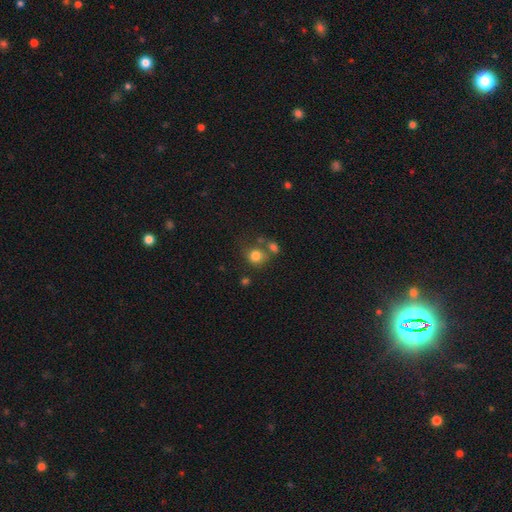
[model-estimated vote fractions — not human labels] This appears to be a smooth galaxy with no disk features (80%) that is round (78%). Merging: none (55%).